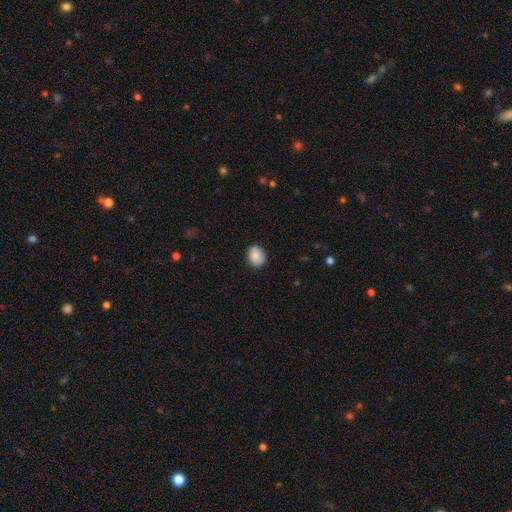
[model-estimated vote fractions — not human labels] Morphology: type=smooth (88%); roundness=in between (60%); merging=none (84%).